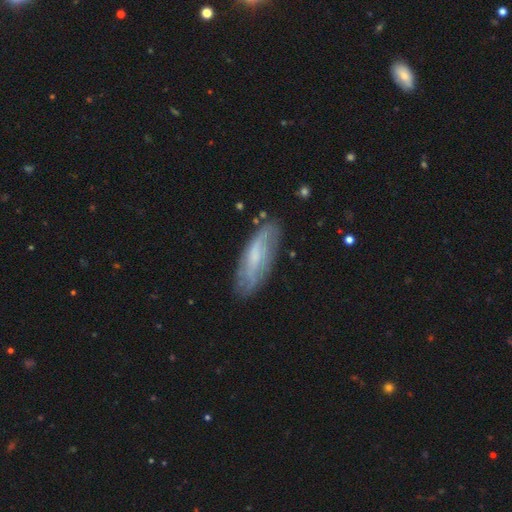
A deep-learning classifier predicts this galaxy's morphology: This appears to be a featured or disk galaxy (50%). Merging: none (72%).